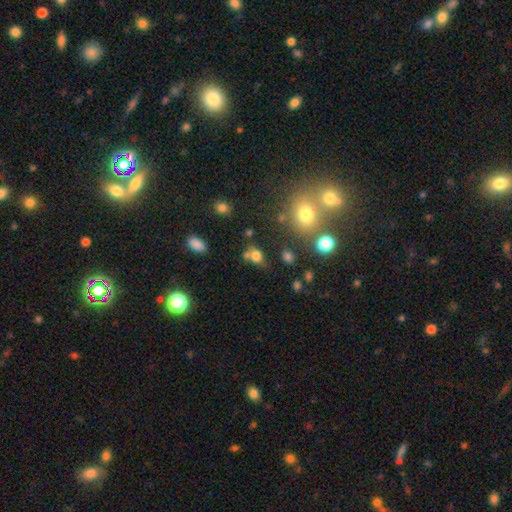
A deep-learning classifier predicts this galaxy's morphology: smooth_or_featured: smooth (p=0.74) [alt: star or artifact p=0.15]
how_rounded: round (p=0.50) [alt: in between p=0.48]
merging: none (p=0.47) [alt: merger p=0.29]